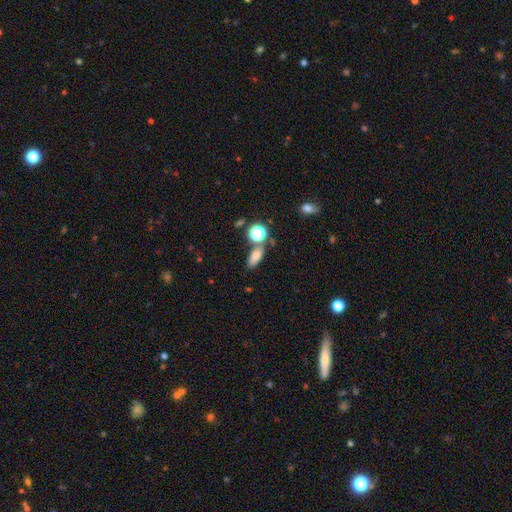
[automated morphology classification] Q: Smooth or featured?
A: smooth (72%); runner-up: star or artifact (16%)
Q: How rounded?
A: in between (69%); runner-up: cigar-shaped (16%)
Q: Merging?
A: none (67%); runner-up: merger (16%)